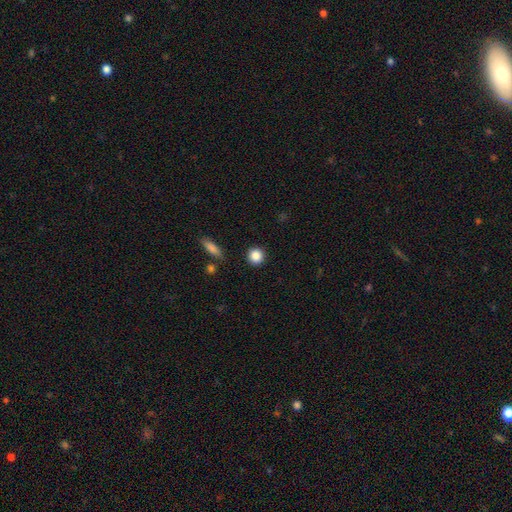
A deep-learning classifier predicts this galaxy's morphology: This appears to be a smooth galaxy with no disk features (86%) that is round (92%). Merging: none (91%).